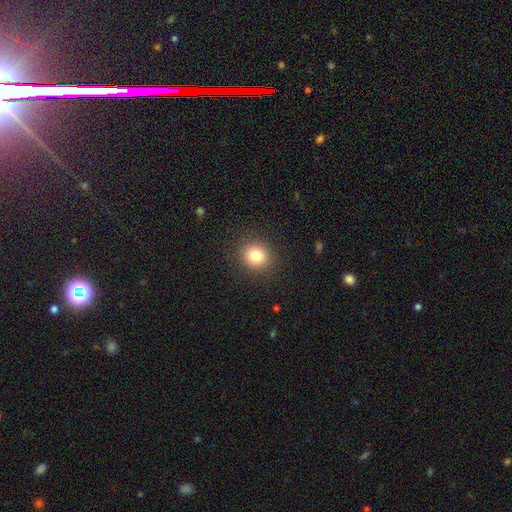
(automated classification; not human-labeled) Smooth or featured?
  - smooth: 82% *
  - star or artifact: 11%
  - featured or disk: 7%
How rounded?
  - round: 84% *
  - in between: 15%
  - cigar-shaped: 1%
Merging?
  - none: 90% *
  - minor disturbance: 7%
  - major disturbance: 3%
  - merger: 1%